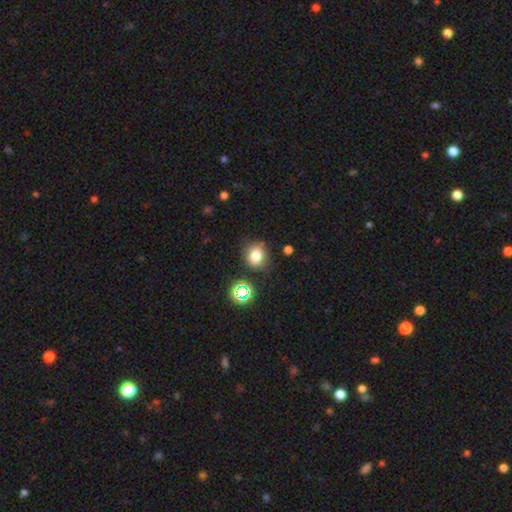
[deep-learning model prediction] A smooth galaxy with no disk features (76%) that is round (67%).

Vote fractions:
- Smooth or featured? smooth: 76% / star or artifact: 16% / featured or disk: 8%
- How rounded? round: 67% / in between: 32% / cigar-shaped: 1%
- Merging? none: 78% / minor disturbance: 14% / merger: 4% / major disturbance: 4%